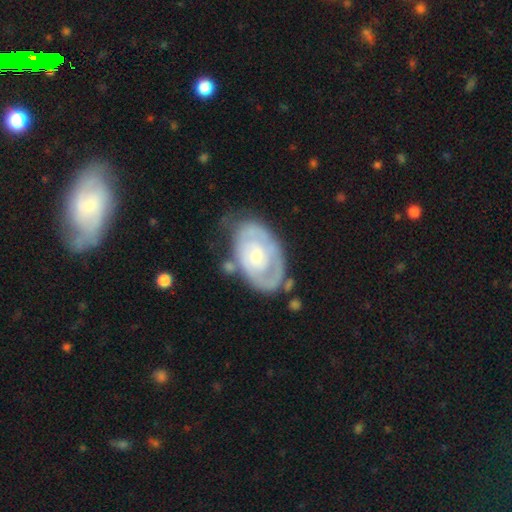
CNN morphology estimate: smooth_or_featured: featured or disk (p=0.71) [alt: smooth p=0.24]
disk_edge_on: no (p=0.96) [alt: yes p=0.04]
bar: no (p=0.76) [alt: weak p=0.21]
has_spiral_arms: yes (p=0.68) [alt: no p=0.32]
bulge_size: small (p=0.49) [alt: moderate p=0.42]
merging: none (p=0.55) [alt: minor disturbance p=0.26]